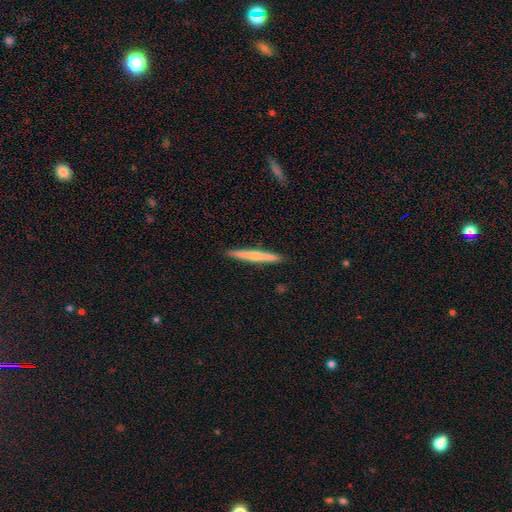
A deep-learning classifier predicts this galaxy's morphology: The model was most divided on "smooth or featured": smooth: 50%, featured or disk: 44%, star or artifact: 5%. More confident: how rounded — cigar-shaped (97%); merging — none (92%).